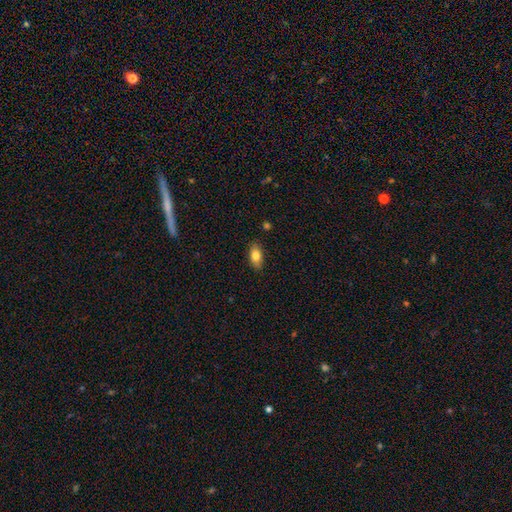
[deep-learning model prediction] A smooth galaxy with no disk features (81%) that is in between round and cigar-shaped (89%). Merging: none (85%).